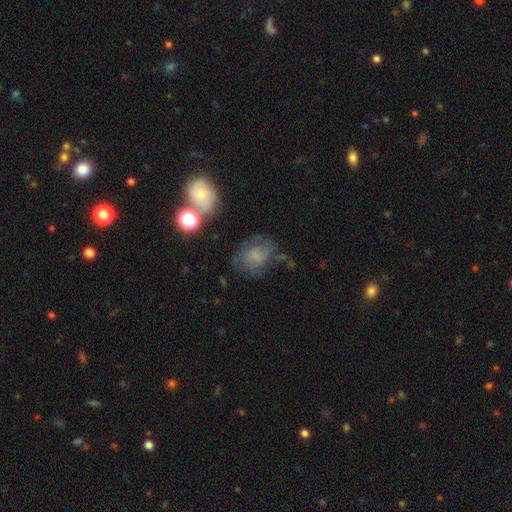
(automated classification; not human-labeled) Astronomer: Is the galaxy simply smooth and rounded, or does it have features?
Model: smooth — 55% (runner-up: featured or disk, 31%).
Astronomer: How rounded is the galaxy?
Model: in between — 52% (runner-up: round, 47%).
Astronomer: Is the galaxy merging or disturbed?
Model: none — 52%.